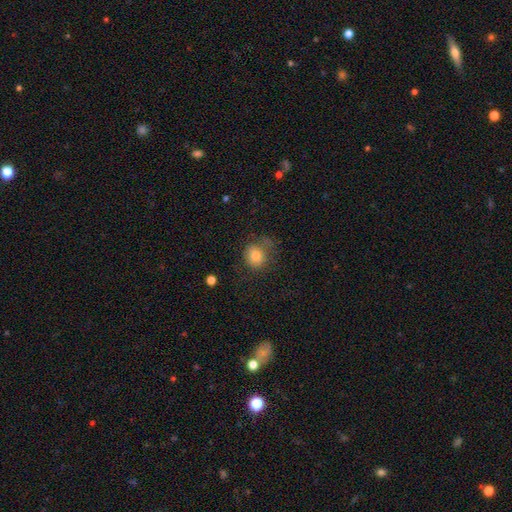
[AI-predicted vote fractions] This is clearly a smooth galaxy (81%). How rounded: likely round (72%). Merging: possibly none (58%).